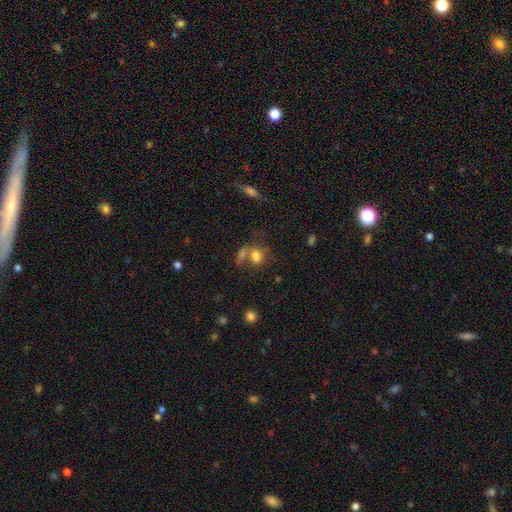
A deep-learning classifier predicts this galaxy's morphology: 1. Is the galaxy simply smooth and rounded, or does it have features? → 72% smooth, 15% star or artifact, 13% featured or disk.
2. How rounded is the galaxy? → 65% in between, 31% round, 3% cigar-shaped.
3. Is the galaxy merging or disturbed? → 42% merger, 35% none, 12% minor disturbance, 10% major disturbance.